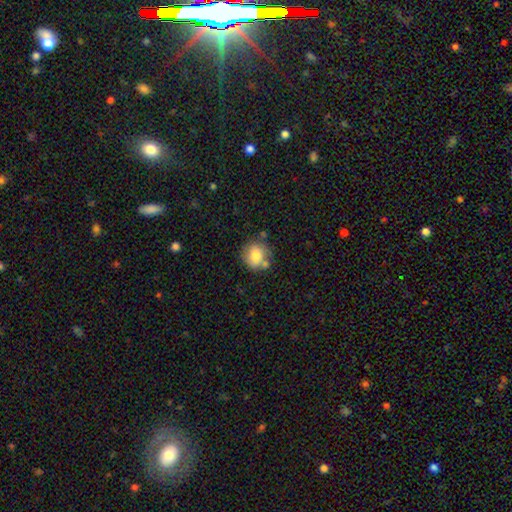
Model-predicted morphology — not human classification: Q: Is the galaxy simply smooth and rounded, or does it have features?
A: smooth — 77%.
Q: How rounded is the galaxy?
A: round — 83%.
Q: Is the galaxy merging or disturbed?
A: none — 63%.